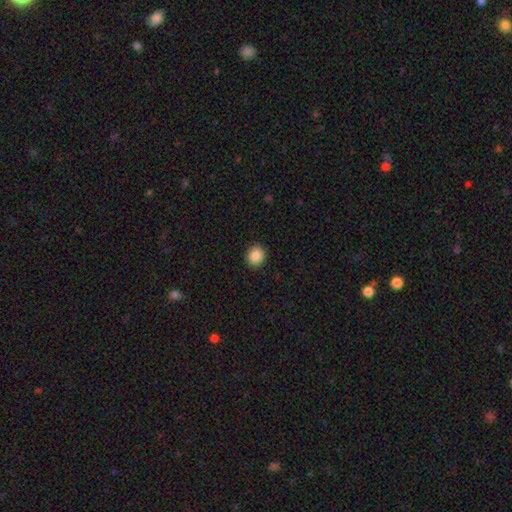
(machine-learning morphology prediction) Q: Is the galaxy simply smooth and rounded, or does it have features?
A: smooth — 88%.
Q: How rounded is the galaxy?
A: round — 75%.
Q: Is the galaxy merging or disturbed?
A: none — 91%.